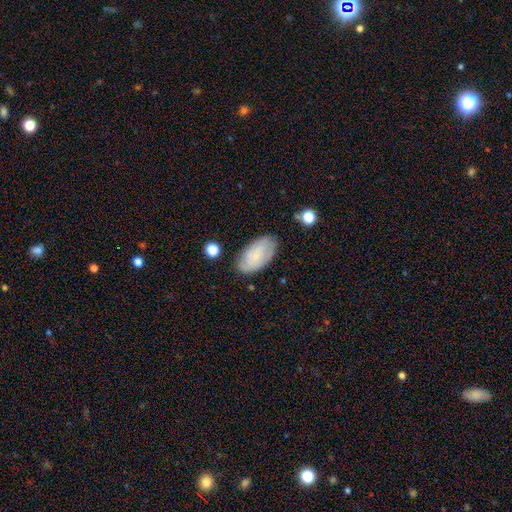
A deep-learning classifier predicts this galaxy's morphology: A smooth galaxy with no disk features (53%) that is in between round and cigar-shaped (94%).

Vote fractions:
- Smooth or featured? smooth: 53% / featured or disk: 39% / star or artifact: 8%
- How rounded? in between: 94% / round: 4% / cigar-shaped: 3%
- Merging? none: 78% / minor disturbance: 16% / major disturbance: 4% / merger: 2%